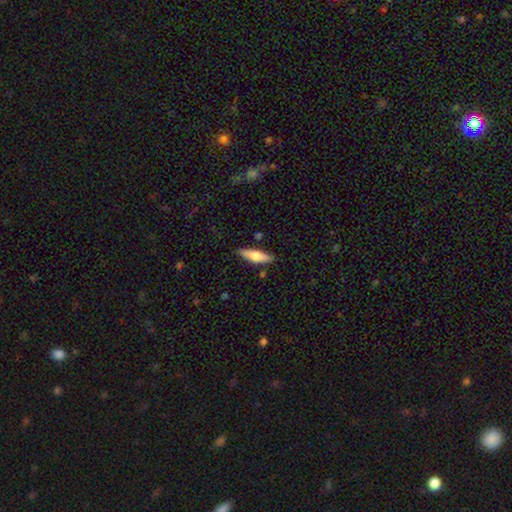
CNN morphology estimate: The model was most divided on "how rounded": cigar-shaped: 60%, in between: 38%, round: 2%. More confident: merging — none (84%); smooth or featured — smooth (63%).